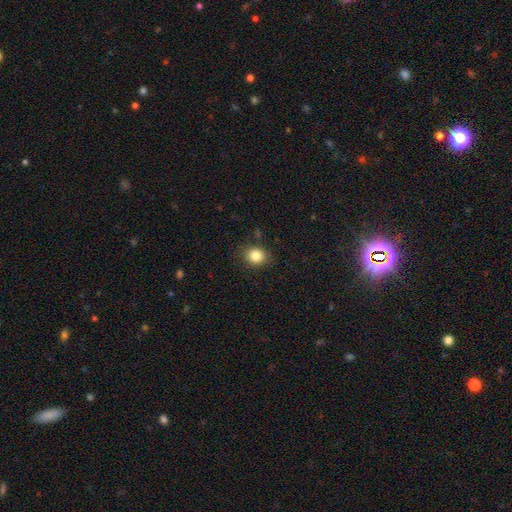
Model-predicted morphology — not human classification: This is clearly a smooth galaxy (85%). How rounded: likely round (68%). Merging: clearly none (84%).